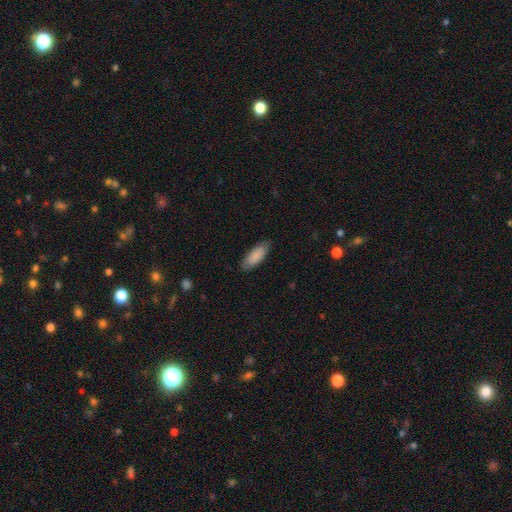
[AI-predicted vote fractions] This is clearly a smooth galaxy (88%). How rounded: likely in between (70%). Merging: clearly none (83%).